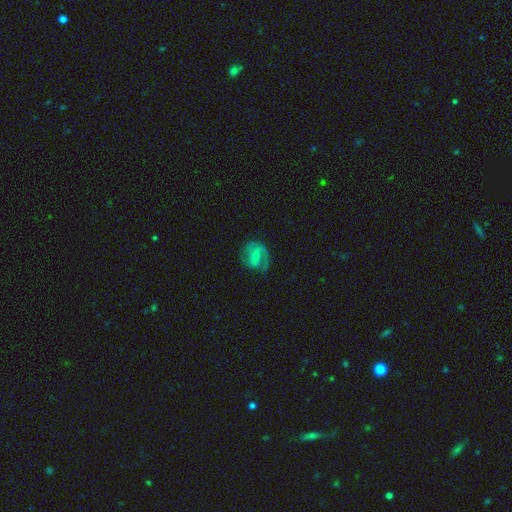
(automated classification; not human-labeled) Overall: featured or disk (71%). Edge-on disk: no (97%). Bar: weak (49%; no 34%). Spiral arms: yes (90%). Spiral arm count: 2 (65%). Spiral winding: medium (47%; tight 34%). Bulge size: small (52%; moderate 34%). Merging: none (67%).